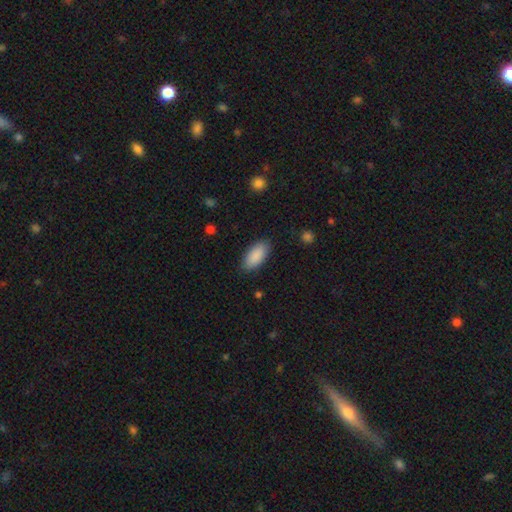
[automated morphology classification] Overall: smooth (90%). How rounded: in between (91%). Merging: none (86%).